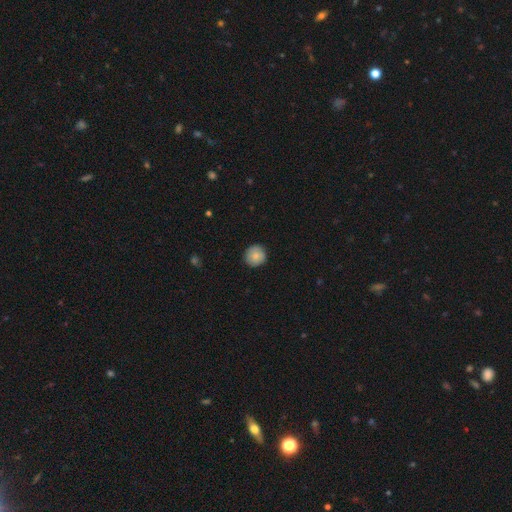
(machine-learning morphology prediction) Smooth or featured?
  - smooth: 84% *
  - featured or disk: 9%
  - star or artifact: 7%
How rounded?
  - round: 93% *
  - in between: 6%
  - cigar-shaped: 1%
Merging?
  - none: 88% *
  - minor disturbance: 9%
  - major disturbance: 2%
  - merger: 1%